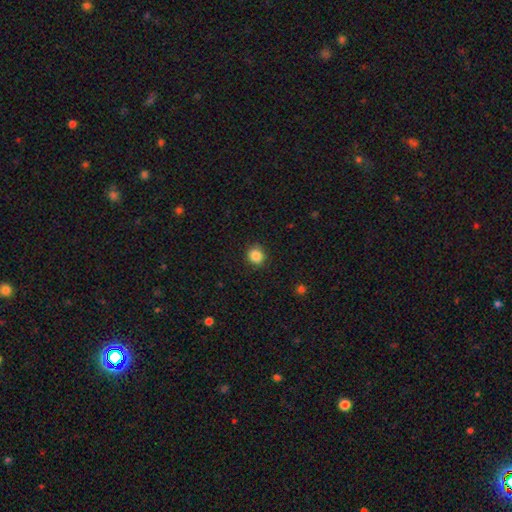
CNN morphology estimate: Q: Smooth or featured?
A: smooth (86%); runner-up: star or artifact (10%)
Q: How rounded?
A: round (90%); runner-up: in between (9%)
Q: Merging?
A: none (90%); runner-up: minor disturbance (7%)